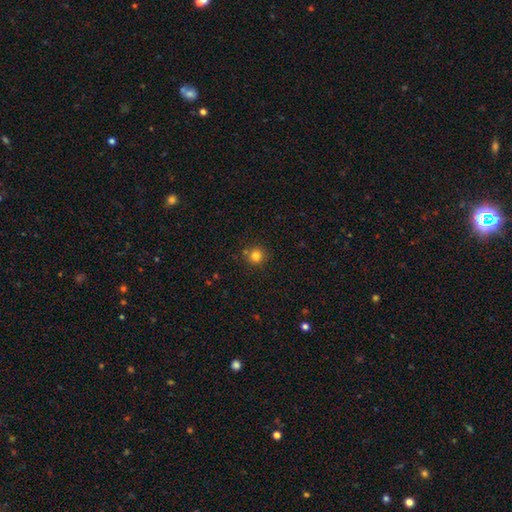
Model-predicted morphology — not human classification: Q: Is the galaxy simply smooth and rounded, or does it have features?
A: smooth — 81%.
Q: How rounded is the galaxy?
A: round — 93%.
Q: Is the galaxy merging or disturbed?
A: none — 80%.